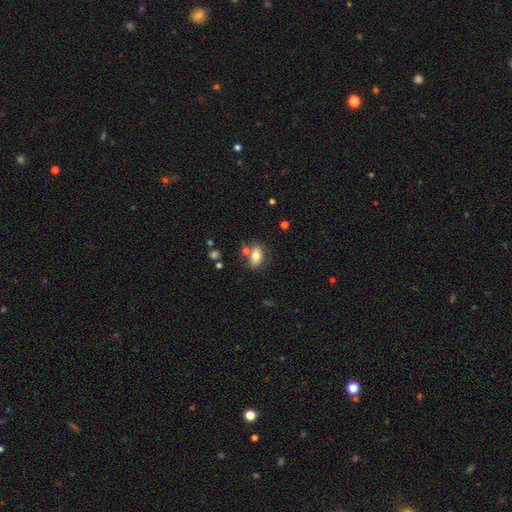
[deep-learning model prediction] A smooth galaxy with no disk features (70%) that is in between round and cigar-shaped (87%).

Vote fractions:
- Smooth or featured? smooth: 70% / featured or disk: 22% / star or artifact: 8%
- How rounded? in between: 87% / round: 10% / cigar-shaped: 3%
- Merging? none: 61% / minor disturbance: 16% / merger: 16% / major disturbance: 7%